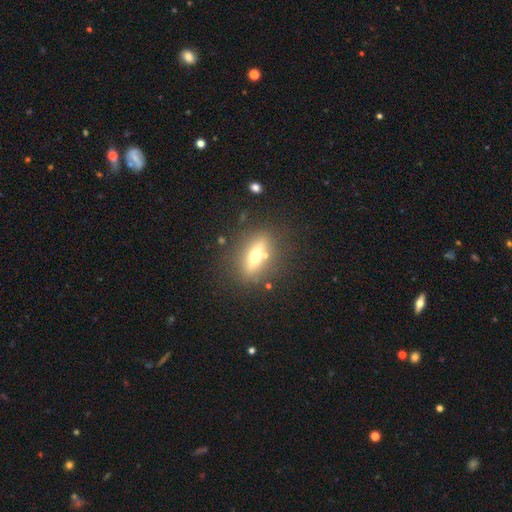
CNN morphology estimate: This is possibly a featured or disk galaxy (57%). It is likely viewed edge-on (79%). Merging: clearly none (81%).